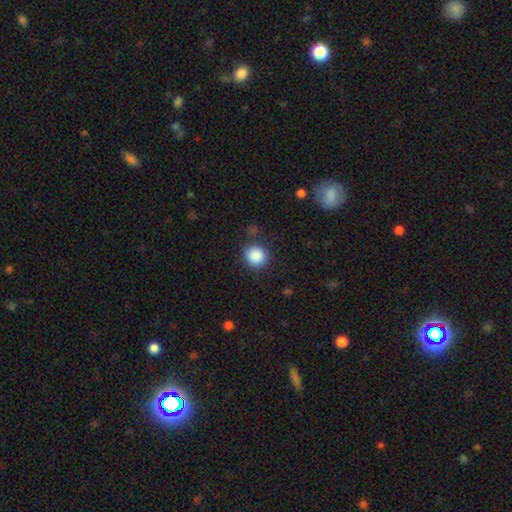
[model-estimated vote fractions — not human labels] Morphology: type=smooth (87%); roundness=round (90%); merging=none (84%).